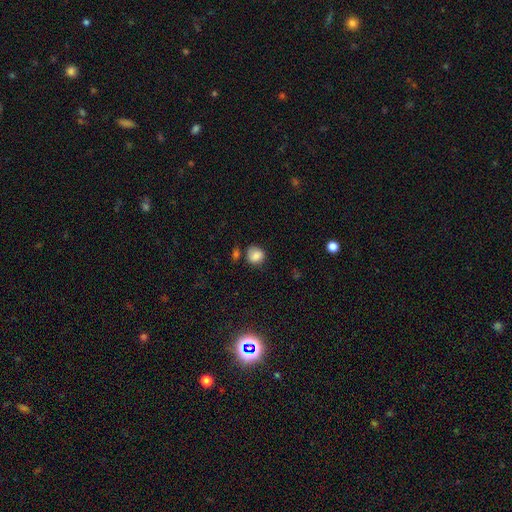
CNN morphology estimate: A smooth galaxy with no disk features (82%) that is round (77%).

Vote fractions:
- Smooth or featured? smooth: 82% / star or artifact: 10% / featured or disk: 8%
- How rounded? round: 77% / in between: 22% / cigar-shaped: 1%
- Merging? none: 65% / minor disturbance: 22% / merger: 7% / major disturbance: 6%